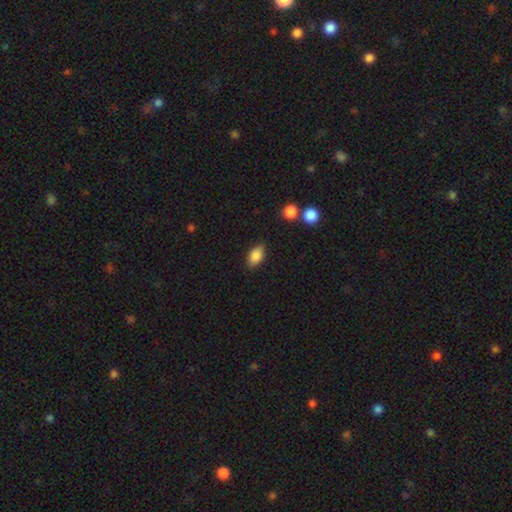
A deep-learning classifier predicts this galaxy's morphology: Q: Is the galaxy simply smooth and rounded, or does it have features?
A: smooth — 86%.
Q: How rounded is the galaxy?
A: in between — 89%.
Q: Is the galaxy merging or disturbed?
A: none — 83%.